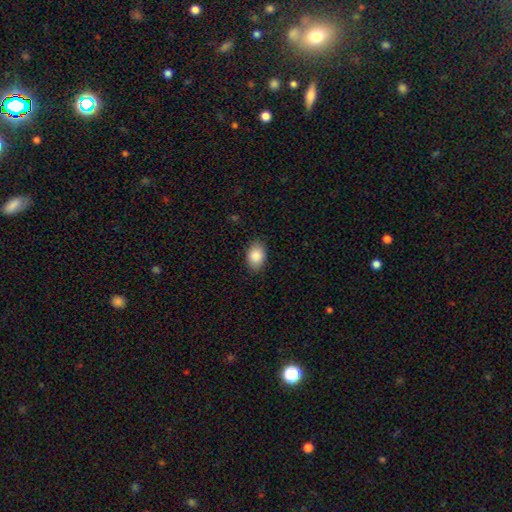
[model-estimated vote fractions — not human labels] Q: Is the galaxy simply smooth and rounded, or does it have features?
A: smooth — 87%.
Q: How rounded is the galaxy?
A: in between — 83%.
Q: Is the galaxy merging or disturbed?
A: none — 87%.